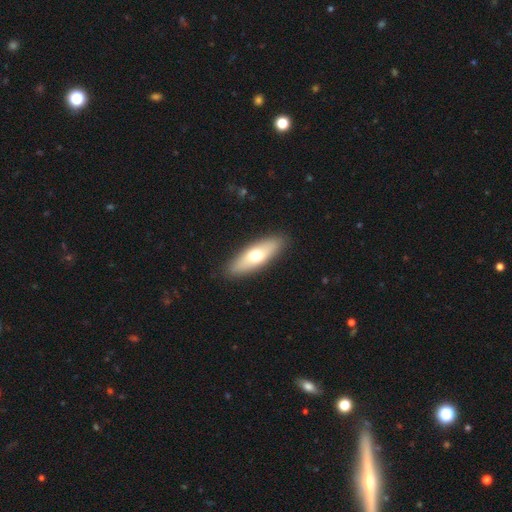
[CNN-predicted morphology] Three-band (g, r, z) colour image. It shows a smooth galaxy with no disk features (62%) that is in between round and cigar-shaped (56%). Merging: none (89%).